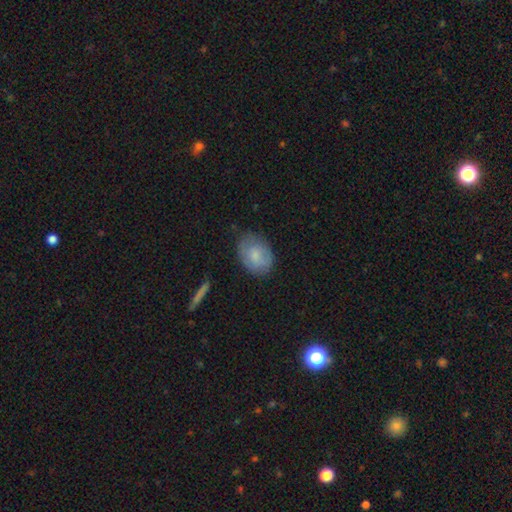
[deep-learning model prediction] smooth-or-featured: smooth: 73% | featured or disk: 20% | star or artifact: 7%
  how-rounded: in between: 75% | round: 24% | cigar-shaped: 1%
  merging: none: 74% | minor disturbance: 20% | major disturbance: 4% | merger: 1%